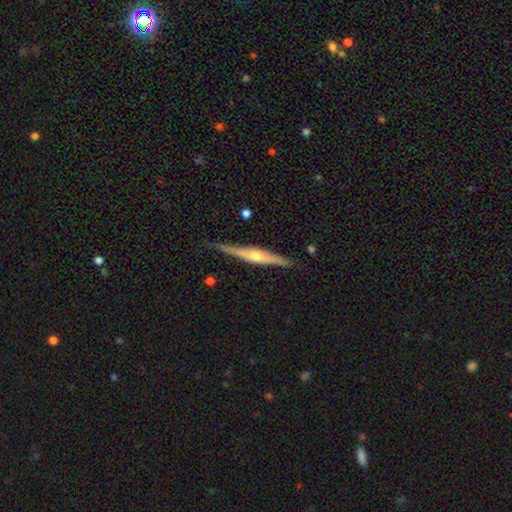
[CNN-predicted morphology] Overall: featured or disk (81%). Edge-on disk: yes (98%). Edge-on bulge: rounded (87%). Merging: none (86%).